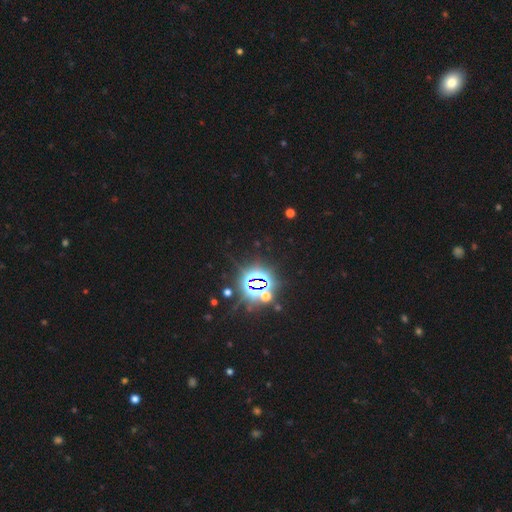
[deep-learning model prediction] Overall: star or artifact (85%).